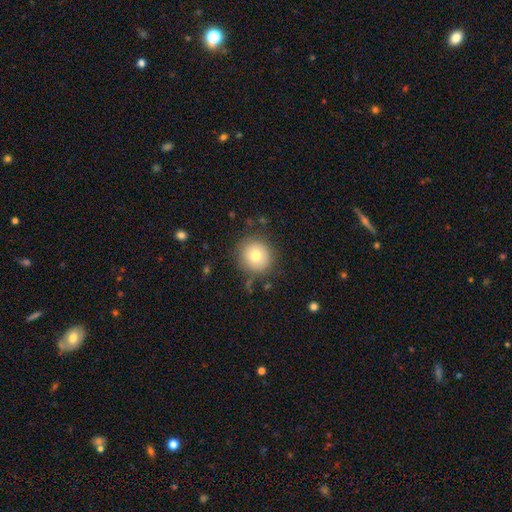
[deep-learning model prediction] Overall: smooth (75%). How rounded: round (92%). Merging: none (84%).